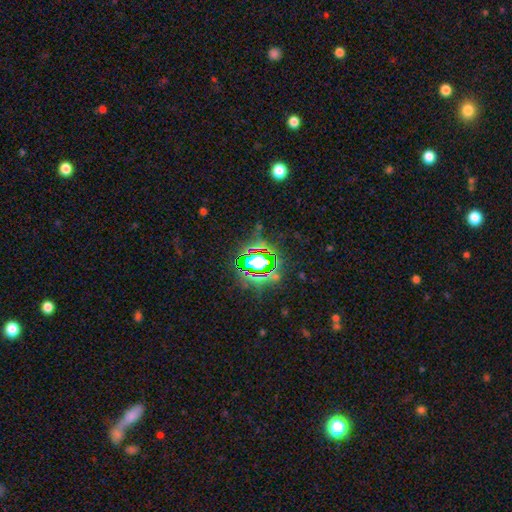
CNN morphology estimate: Smooth or featured: star or artifact — 71% (smooth — 16%)